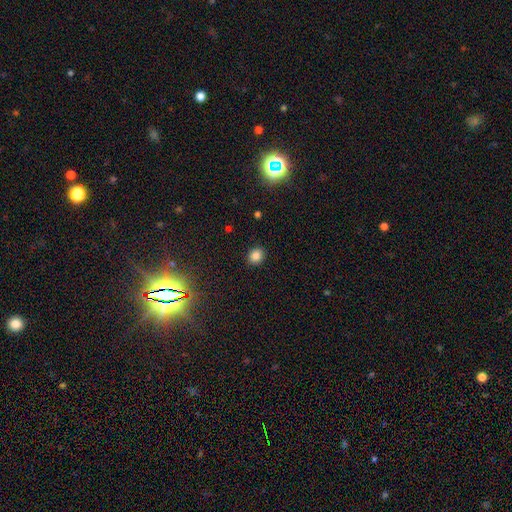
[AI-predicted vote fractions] Smooth or featured?
  - smooth: 83% *
  - star or artifact: 13%
  - featured or disk: 5%
How rounded?
  - round: 73% *
  - in between: 26%
  - cigar-shaped: 1%
Merging?
  - none: 90% *
  - minor disturbance: 6%
  - major disturbance: 2%
  - merger: 1%